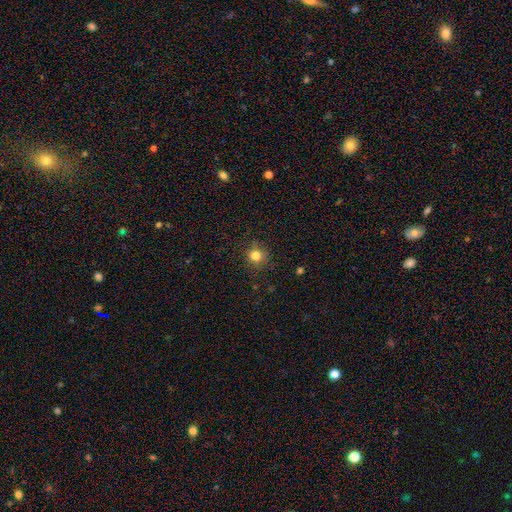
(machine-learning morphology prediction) Q: Smooth or featured?
A: smooth (80%); runner-up: star or artifact (14%)
Q: How rounded?
A: round (91%); runner-up: in between (8%)
Q: Merging?
A: none (83%); runner-up: minor disturbance (12%)